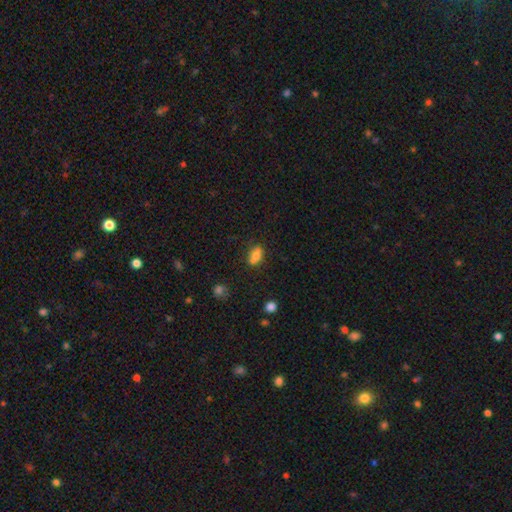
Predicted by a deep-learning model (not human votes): This appears to be a smooth galaxy with no disk features (67%) that is in between round and cigar-shaped (53%). Merging: none (41%, tied with merger).